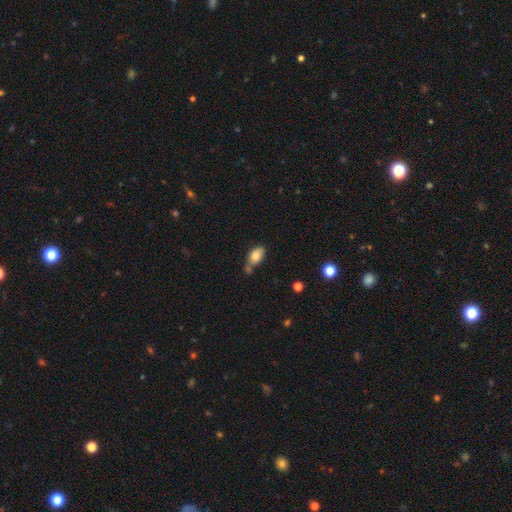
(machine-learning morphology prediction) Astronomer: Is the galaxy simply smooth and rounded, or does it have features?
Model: smooth — 82%.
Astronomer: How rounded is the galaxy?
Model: in between — 90%.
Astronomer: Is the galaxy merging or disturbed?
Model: none — 46% (runner-up: merger, 25%).